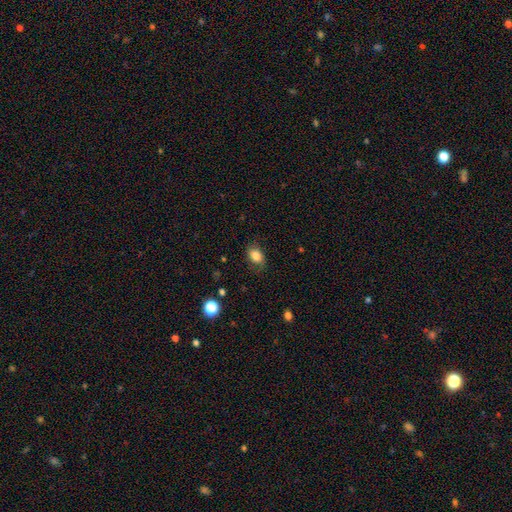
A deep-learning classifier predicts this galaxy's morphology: This is clearly a smooth galaxy (82%). How rounded: likely in between (74%). Merging: likely none (76%).